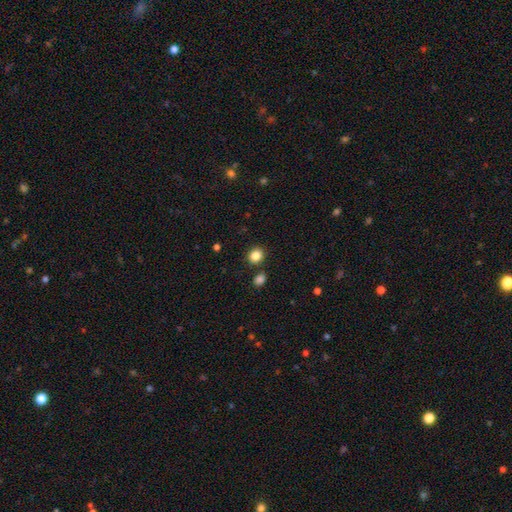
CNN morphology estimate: smooth_or_featured: smooth (p=0.85) [alt: star or artifact p=0.11]
how_rounded: round (p=0.78) [alt: in between p=0.21]
merging: none (p=0.83) [alt: minor disturbance p=0.08]